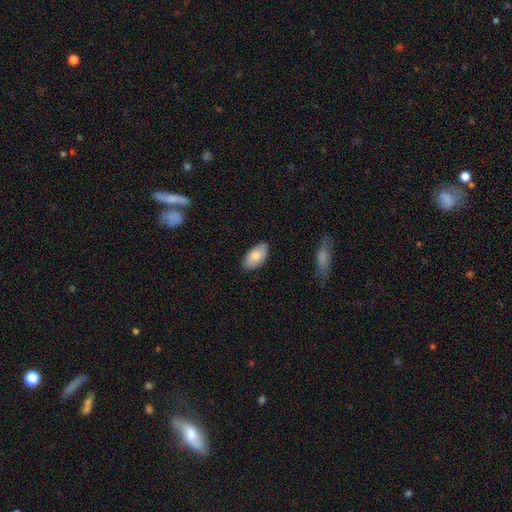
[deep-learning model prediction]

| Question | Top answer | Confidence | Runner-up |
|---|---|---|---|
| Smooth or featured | smooth | 76% | featured or disk (18%) |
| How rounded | in between | 95% | round (3%) |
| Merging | none | 83% | minor disturbance (13%) |